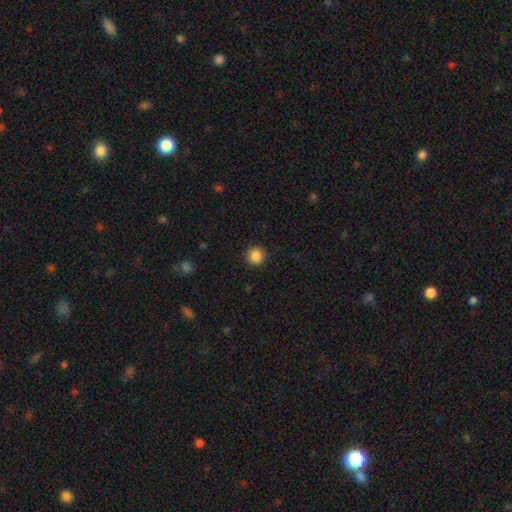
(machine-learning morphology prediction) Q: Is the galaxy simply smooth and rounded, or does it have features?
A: smooth — 87%.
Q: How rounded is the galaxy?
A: round — 94%.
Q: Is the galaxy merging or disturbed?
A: none — 92%.